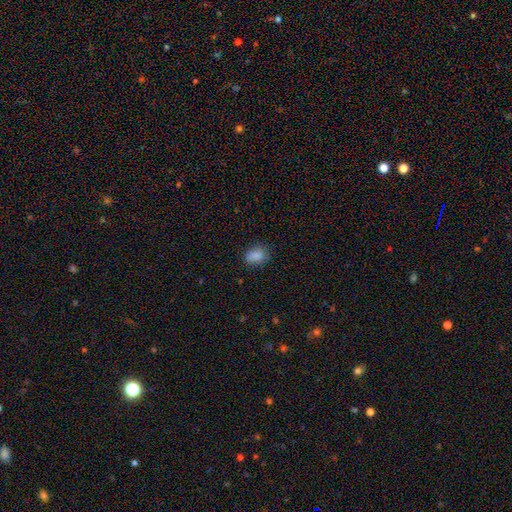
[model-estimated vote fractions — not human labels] This appears to be a smooth galaxy with no disk features (86%) that is in between round and cigar-shaped (74%). Merging: none (76%).